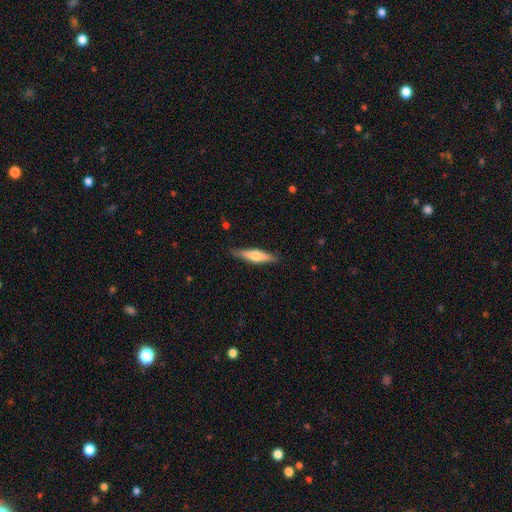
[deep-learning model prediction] smooth_or_featured: smooth (p=0.50) [alt: featured or disk p=0.45]
merging: none (p=0.87) [alt: minor disturbance p=0.10]